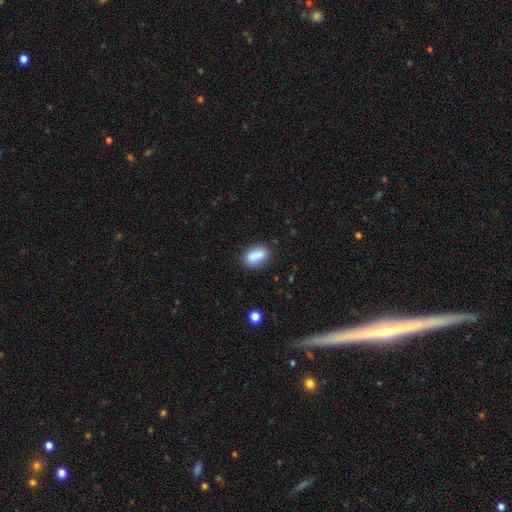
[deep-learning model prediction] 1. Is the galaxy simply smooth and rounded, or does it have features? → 85% smooth, 8% star or artifact, 7% featured or disk.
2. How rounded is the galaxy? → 85% in between, 8% round, 8% cigar-shaped.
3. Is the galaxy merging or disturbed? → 78% none, 14% minor disturbance, 4% merger, 3% major disturbance.